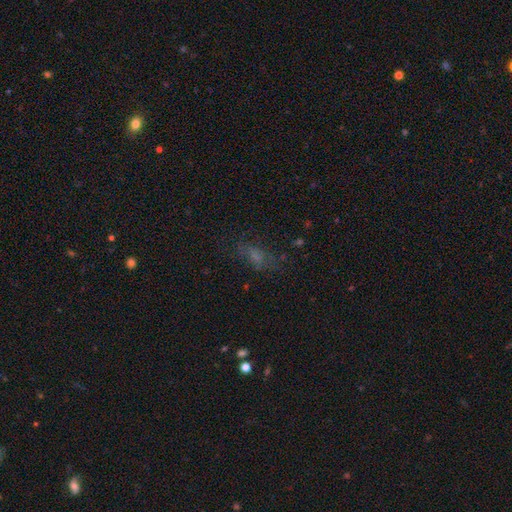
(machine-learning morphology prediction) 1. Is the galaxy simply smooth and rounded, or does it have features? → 50% smooth, 27% star or artifact, 23% featured or disk.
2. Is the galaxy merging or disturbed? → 61% none, 20% minor disturbance, 17% major disturbance, 3% merger.